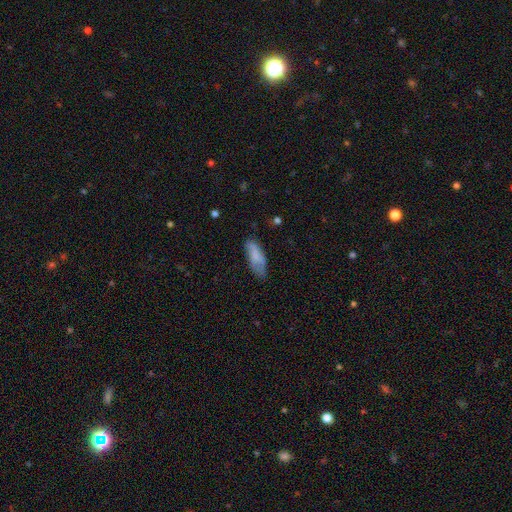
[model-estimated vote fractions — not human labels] Smooth or featured?
  - smooth: 71% *
  - featured or disk: 22%
  - star or artifact: 7%
How rounded?
  - in between: 70% *
  - cigar-shaped: 28%
  - round: 2%
Merging?
  - none: 55% *
  - minor disturbance: 30%
  - major disturbance: 12%
  - merger: 3%